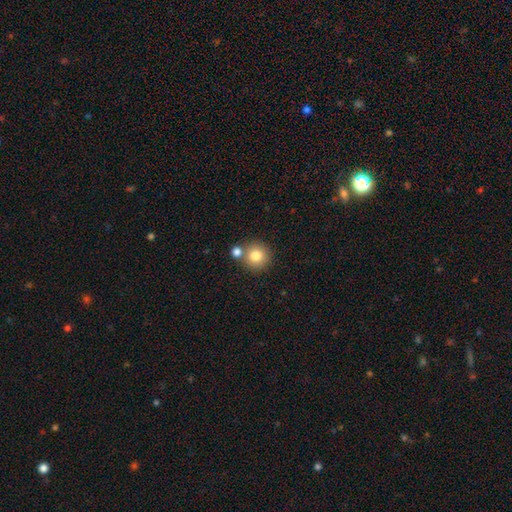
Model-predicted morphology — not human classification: smooth_or_featured: smooth (p=0.80) [alt: star or artifact p=0.11]
how_rounded: round (p=0.93) [alt: in between p=0.06]
merging: none (p=0.70) [alt: merger p=0.20]